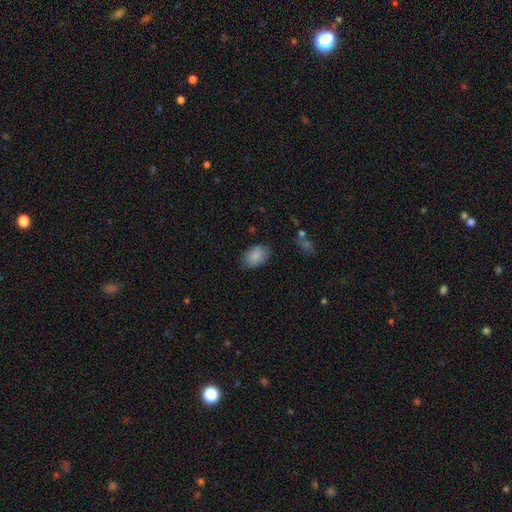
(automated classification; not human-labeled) Smooth or featured?
  - smooth: 86% *
  - featured or disk: 7%
  - star or artifact: 7%
How rounded?
  - in between: 86% *
  - round: 13%
  - cigar-shaped: 1%
Merging?
  - none: 79% *
  - minor disturbance: 16%
  - major disturbance: 4%
  - merger: 1%